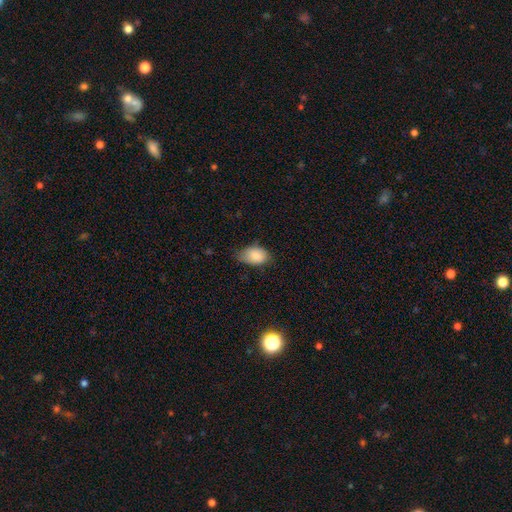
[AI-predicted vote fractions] Smooth or featured? Predicted: smooth (p=0.85). How rounded? Predicted: in between (p=0.89). Merging? Predicted: none (p=0.56).